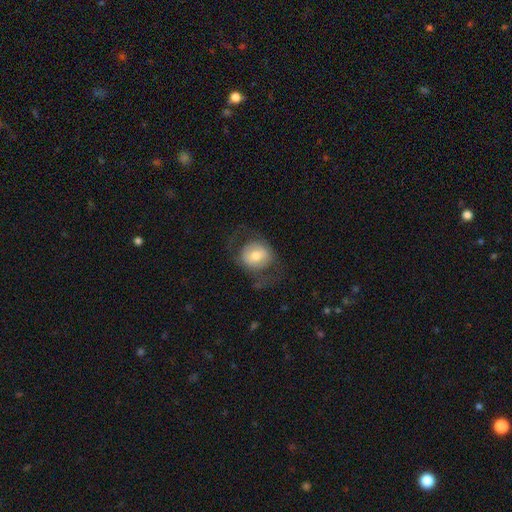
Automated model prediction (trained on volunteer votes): Overall: smooth (57%; featured or disk 36%). How rounded: round (76%). Merging: none (63%).